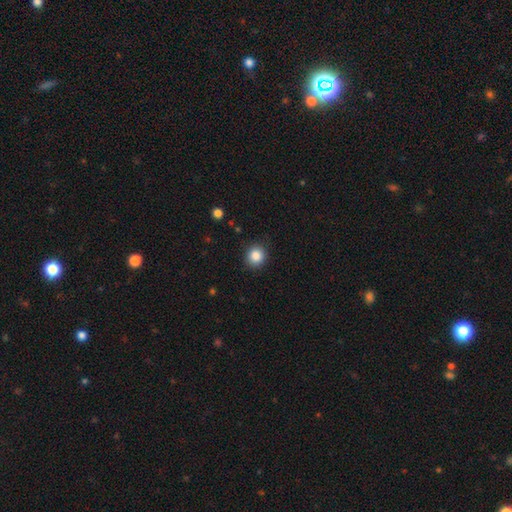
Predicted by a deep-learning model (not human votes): This appears to be a smooth galaxy with no disk features (86%) that is round (87%). Merging: none (88%).